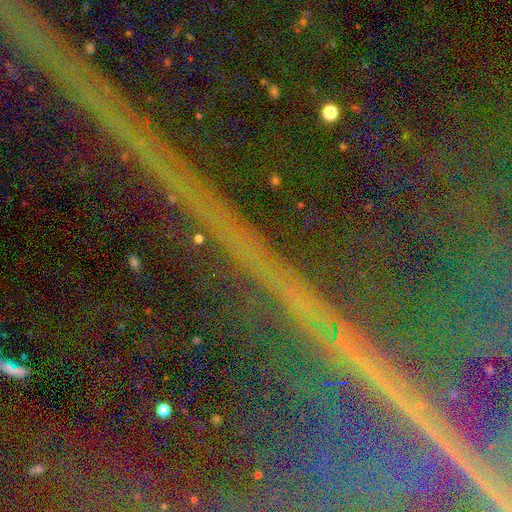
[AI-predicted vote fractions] Overall: star or artifact (87%).